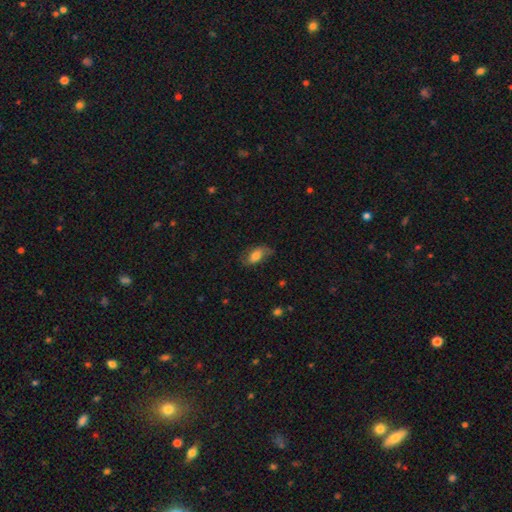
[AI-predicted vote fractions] smooth-or-featured: smooth: 58% | featured or disk: 34% | star or artifact: 9%
  how-rounded: in between: 87% | cigar-shaped: 6% | round: 6%
  merging: none: 63% | minor disturbance: 25% | major disturbance: 11% | merger: 2%